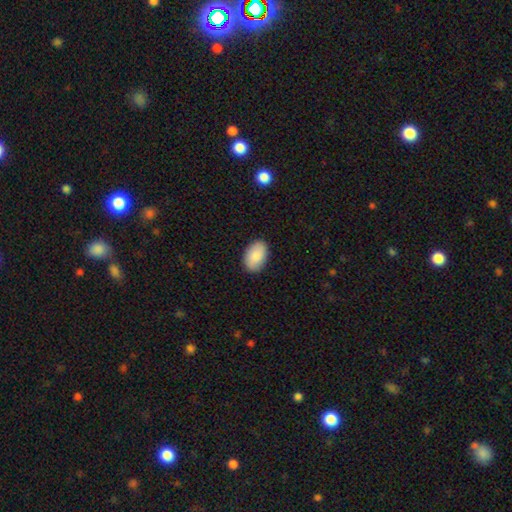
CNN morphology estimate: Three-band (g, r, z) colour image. It shows a smooth galaxy with no disk features (87%) that is in between round and cigar-shaped (91%). Merging: none (88%).